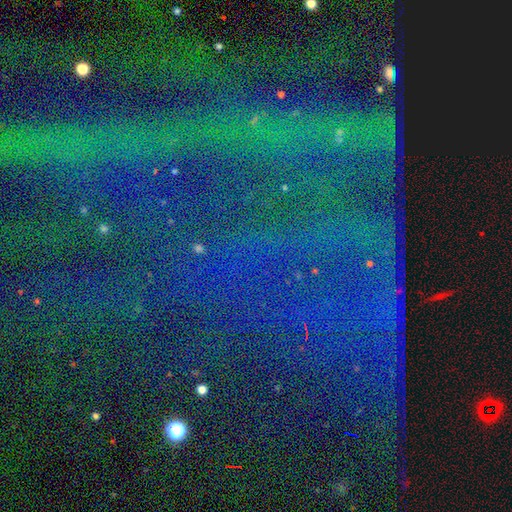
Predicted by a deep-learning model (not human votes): Q: Smooth or featured?
A: star or artifact (84%); runner-up: smooth (9%)